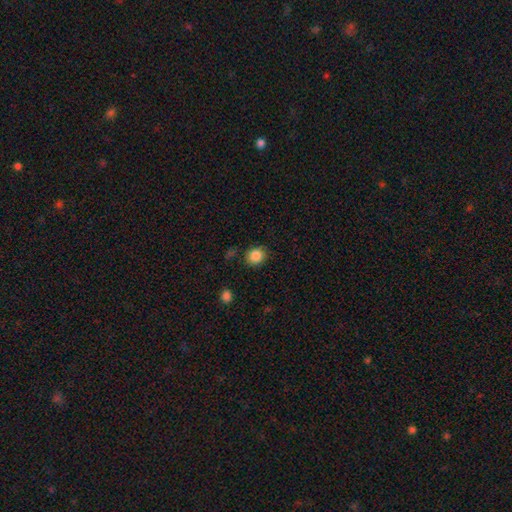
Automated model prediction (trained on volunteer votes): Smooth or featured?
  - smooth: 86% *
  - star or artifact: 9%
  - featured or disk: 4%
How rounded?
  - round: 74% *
  - in between: 26%
  - cigar-shaped: 1%
Merging?
  - none: 84% *
  - minor disturbance: 11%
  - major disturbance: 3%
  - merger: 2%